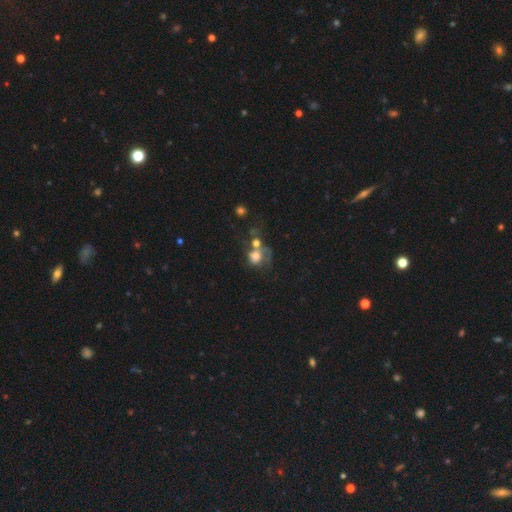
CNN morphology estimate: smooth-or-featured: smooth: 55% | featured or disk: 33% | star or artifact: 12%
  how-rounded: round: 65% | in between: 34% | cigar-shaped: 1%
  merging: merger: 52% | major disturbance: 19% | none: 19% | minor disturbance: 10%